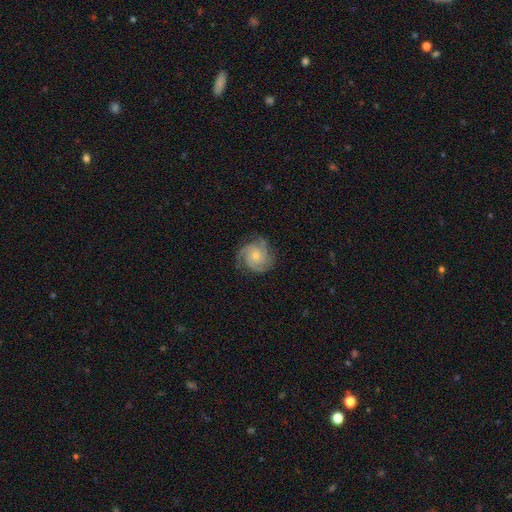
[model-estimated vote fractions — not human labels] smooth_or_featured: featured or disk (p=0.88) [alt: smooth p=0.07]
disk_edge_on: no (p=0.98) [alt: yes p=0.02]
bar: no (p=0.77) [alt: weak p=0.20]
has_spiral_arms: yes (p=0.98) [alt: no p=0.02]
spiral_winding: tight (p=0.62) [alt: medium p=0.33]
spiral_arm_count: 3 (p=0.60) [alt: 4 p=0.14]
bulge_size: small (p=0.63) [alt: moderate p=0.32]
merging: none (p=0.80) [alt: minor disturbance p=0.15]